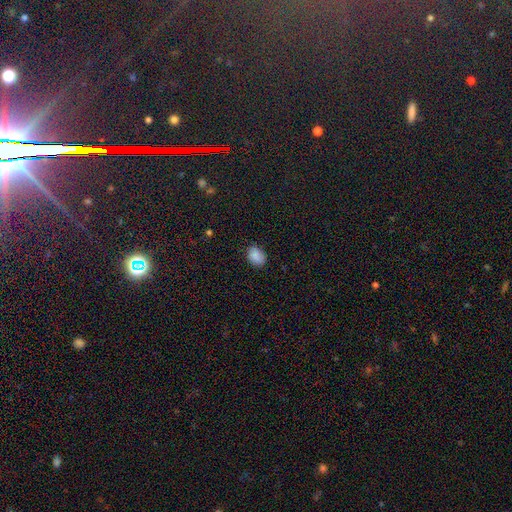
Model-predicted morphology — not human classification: type=smooth (85%); roundness=in between (69%); merging=none (77%).